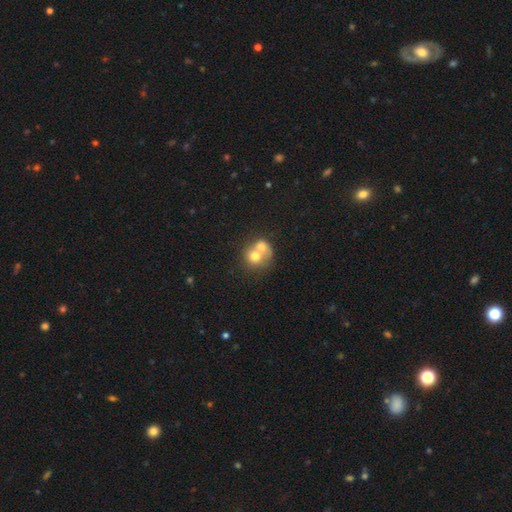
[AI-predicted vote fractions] This appears to be a smooth galaxy with no disk features (66%) that is round (74%). Merging: merger (72%).